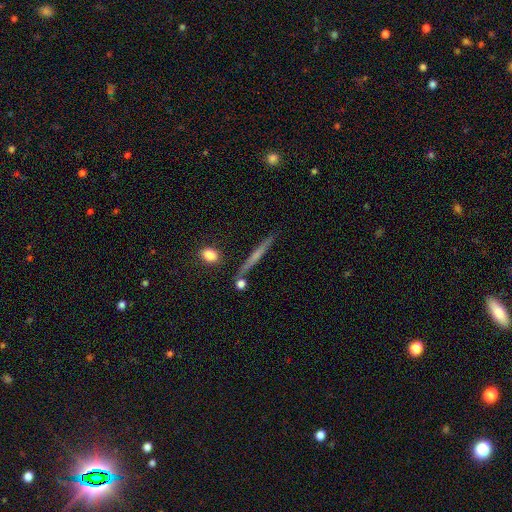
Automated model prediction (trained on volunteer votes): smooth_or_featured: featured or disk (p=0.50) [alt: smooth p=0.42]
disk_edge_on: yes (p=0.96) [alt: no p=0.04]
merging: none (p=0.84) [alt: minor disturbance p=0.09]